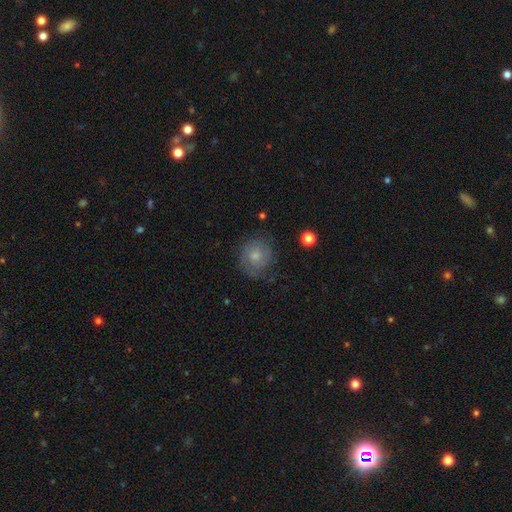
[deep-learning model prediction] This is possibly a smooth galaxy (57%). How rounded: clearly round (86%). Merging: likely none (65%).